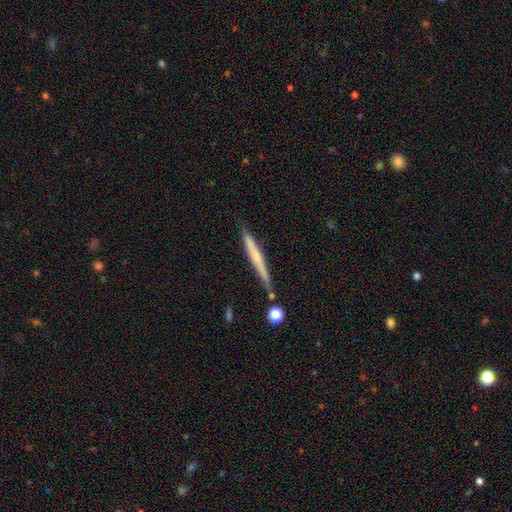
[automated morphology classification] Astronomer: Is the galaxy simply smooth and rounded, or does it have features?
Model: featured or disk — 47% (runner-up: smooth, 46%).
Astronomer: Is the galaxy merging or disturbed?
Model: none — 77%.